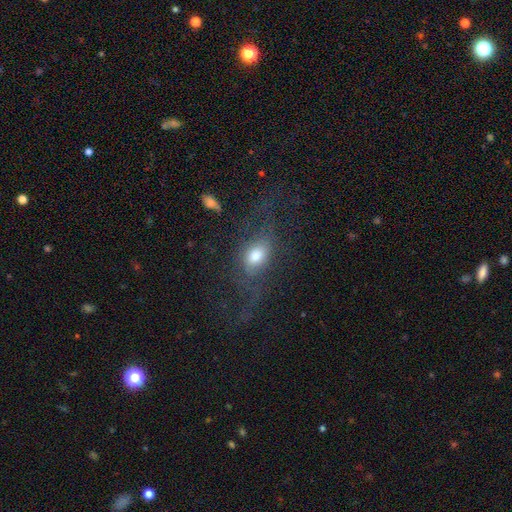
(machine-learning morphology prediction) Q: Smooth or featured?
A: smooth (53%); runner-up: featured or disk (35%)
Q: How rounded?
A: in between (76%); runner-up: round (20%)
Q: Merging?
A: none (44%); runner-up: major disturbance (36%)